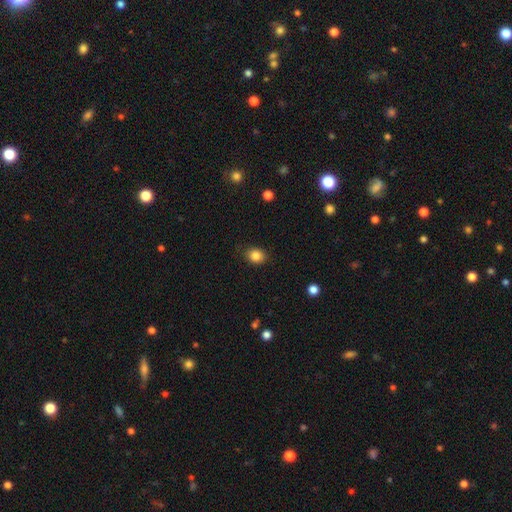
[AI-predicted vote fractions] Smooth or featured: smooth — 86% (star or artifact — 10%)
How rounded: round — 54% (in between — 45%)
Merging: none — 83% (minor disturbance — 13%)